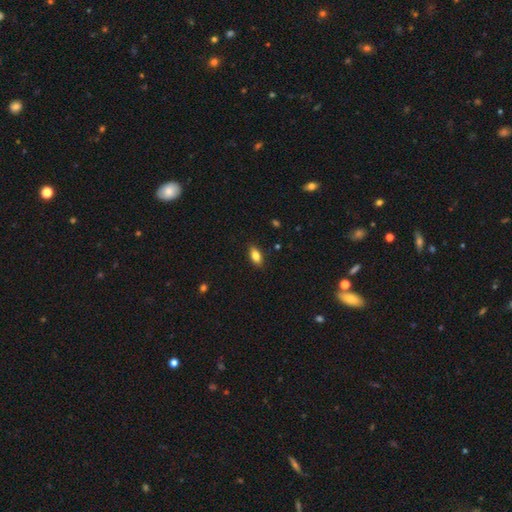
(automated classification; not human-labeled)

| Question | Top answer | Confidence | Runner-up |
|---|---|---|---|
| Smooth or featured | smooth | 80% | featured or disk (12%) |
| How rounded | in between | 86% | cigar-shaped (9%) |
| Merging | none | 86% | minor disturbance (11%) |